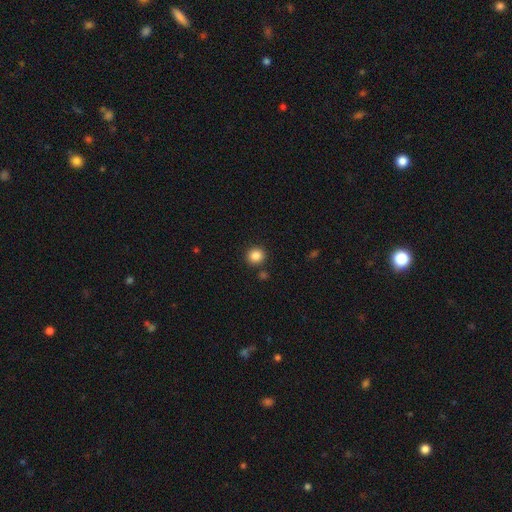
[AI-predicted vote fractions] Smooth or featured: smooth — 86% (star or artifact — 10%)
How rounded: round — 87% (in between — 13%)
Merging: none — 87% (minor disturbance — 7%)